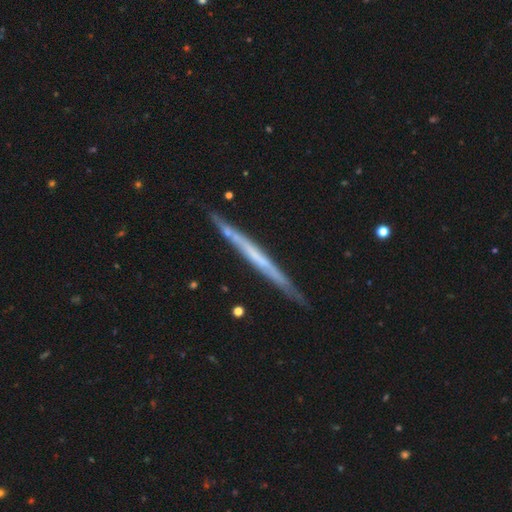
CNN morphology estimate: Q: Smooth or featured?
A: featured or disk (65%); runner-up: smooth (29%)
Q: Edge-on disk?
A: yes (97%); runner-up: no (3%)
Q: Edge-on bulge?
A: none (88%); runner-up: rounded (7%)
Q: Merging?
A: none (87%); runner-up: minor disturbance (9%)